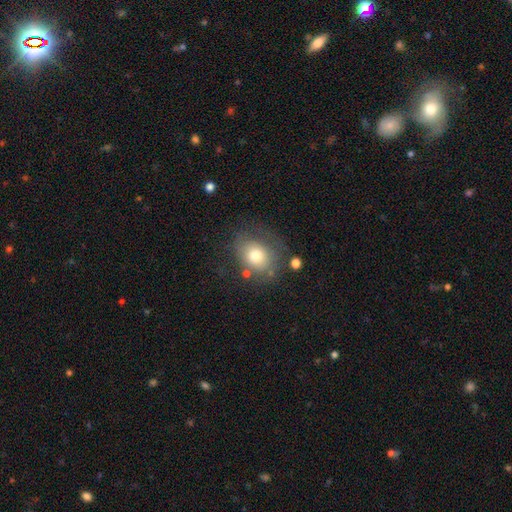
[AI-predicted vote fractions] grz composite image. It shows a smooth galaxy with no disk features (71%) that is round (54%). Merging: none (61%).